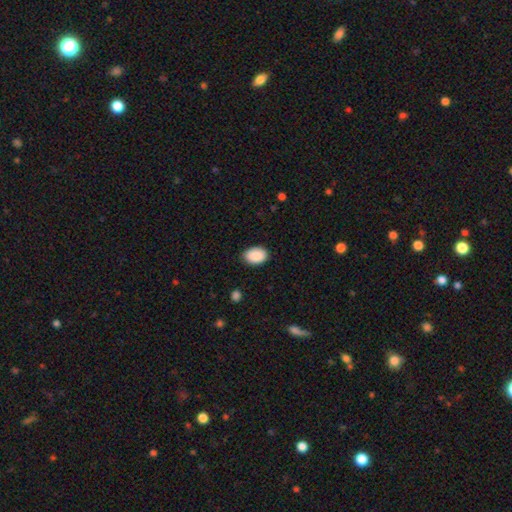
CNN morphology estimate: Smooth or featured?
  - smooth: 90% *
  - star or artifact: 7%
  - featured or disk: 3%
How rounded?
  - in between: 87% *
  - round: 12%
  - cigar-shaped: 1%
Merging?
  - none: 86% *
  - minor disturbance: 11%
  - major disturbance: 2%
  - merger: 1%